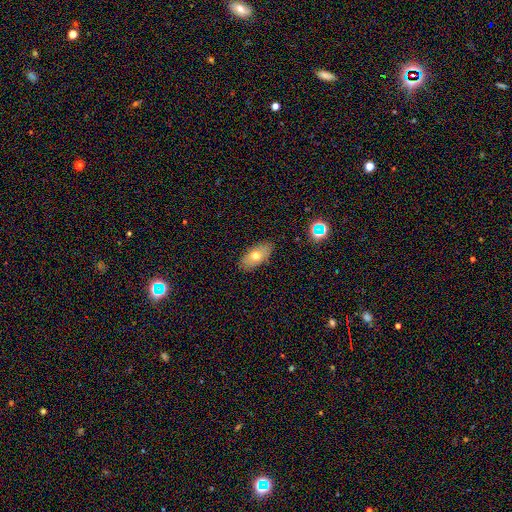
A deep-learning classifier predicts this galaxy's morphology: smooth 66%, featured or disk 25%, star or artifact 9%. Down the decision tree: how rounded — in between (89%); merging — none (85%).